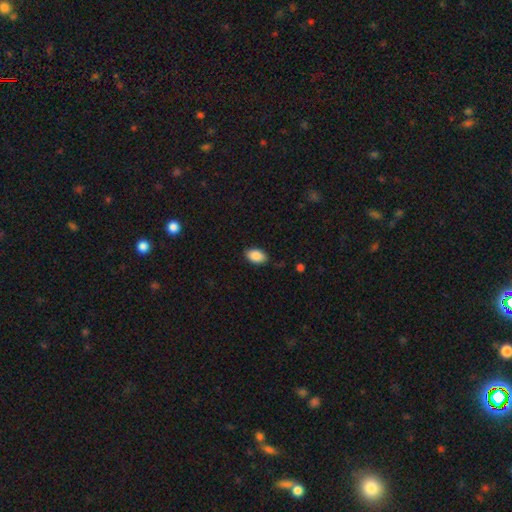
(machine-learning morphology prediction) This appears to be a smooth galaxy with no disk features (89%) that is in between round and cigar-shaped (92%). Merging: none (85%).